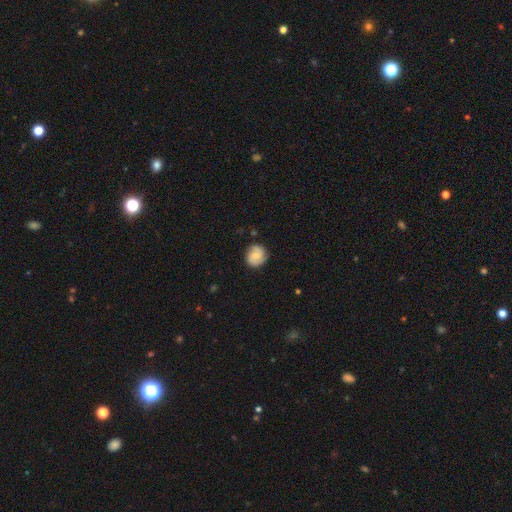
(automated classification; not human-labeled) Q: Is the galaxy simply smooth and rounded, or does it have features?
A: smooth — 47%.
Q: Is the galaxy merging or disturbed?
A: none — 81%.